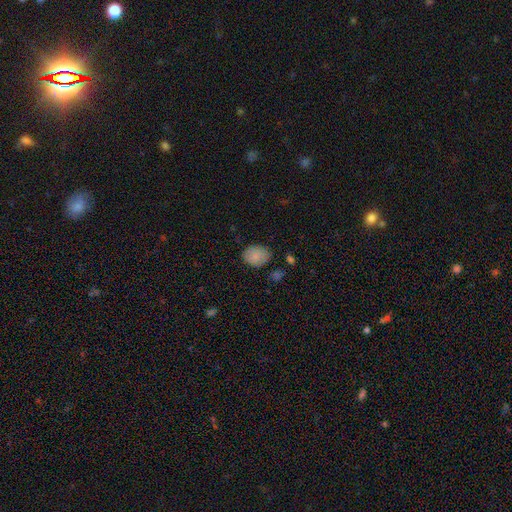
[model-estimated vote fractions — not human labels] smooth 84%, star or artifact 8%, featured or disk 8%. Down the decision tree: how rounded — in between (56%); merging — none (79%).